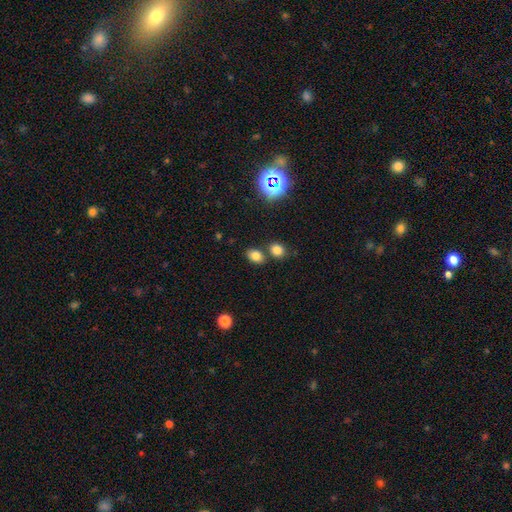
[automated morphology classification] type=smooth (79%); roundness=in between (71%); merging=none (68%).